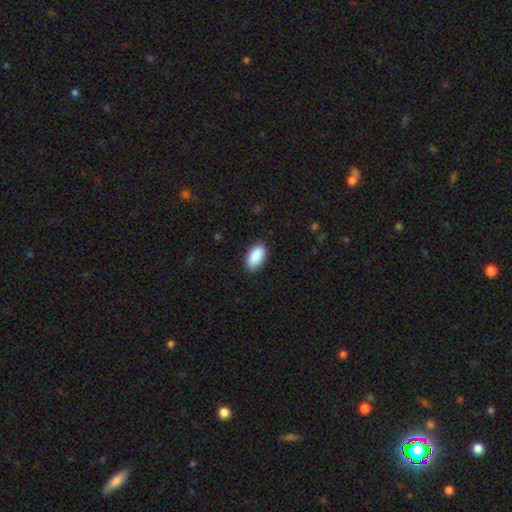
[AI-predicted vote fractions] The model was most divided on "merging": none: 88%, minor disturbance: 9%, major disturbance: 2%, merger: 1%. More confident: how rounded — in between (95%); smooth or featured — smooth (91%).